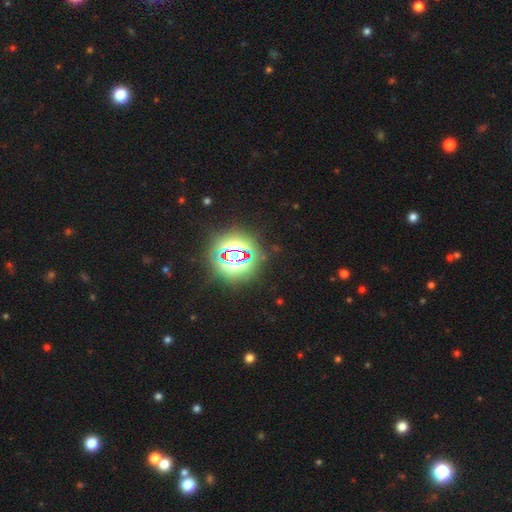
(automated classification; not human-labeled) Morphology: type=star or artifact (77%).